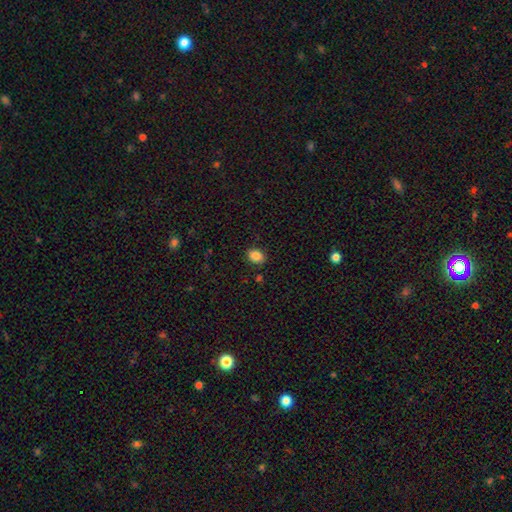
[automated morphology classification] This is clearly a smooth galaxy (87%). How rounded: likely in between (71%). Merging: clearly none (87%).